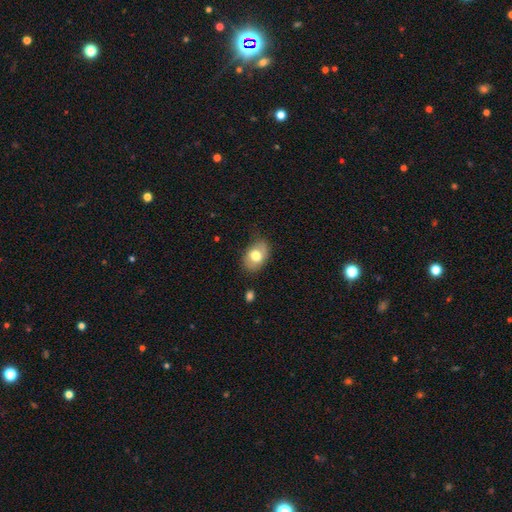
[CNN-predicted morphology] Smooth or featured? smooth (70%)
How rounded? in between (80%)
Merging? none (70%)